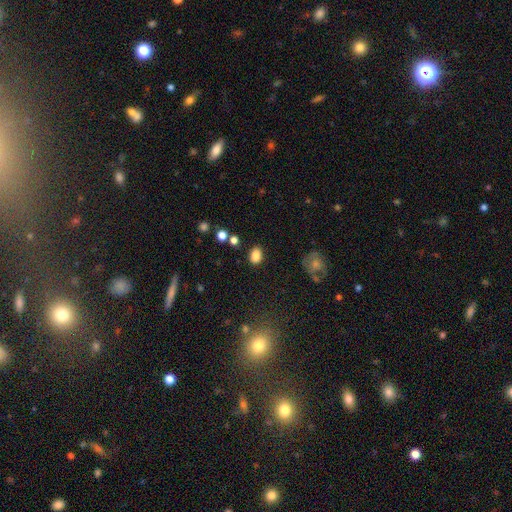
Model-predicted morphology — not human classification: type=smooth (85%); roundness=in between (76%); merging=none (83%).